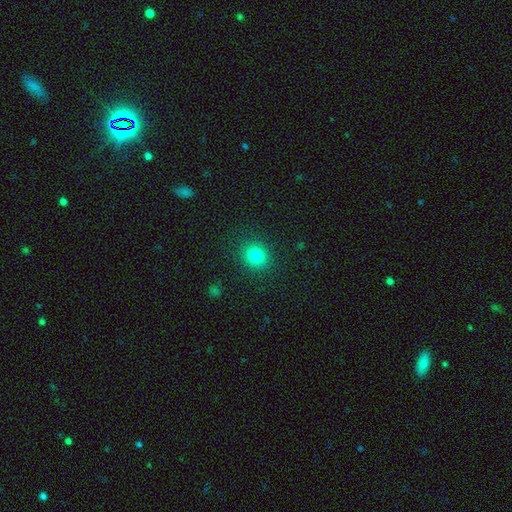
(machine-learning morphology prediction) A smooth galaxy with no disk features (81%) that is round (81%).

Vote fractions:
- Smooth or featured? smooth: 81% / star or artifact: 13% / featured or disk: 6%
- How rounded? round: 81% / in between: 18% / cigar-shaped: 1%
- Merging? none: 89% / minor disturbance: 7% / major disturbance: 3% / merger: 1%